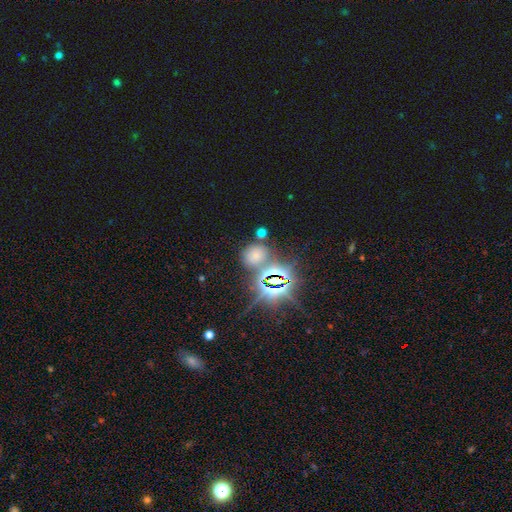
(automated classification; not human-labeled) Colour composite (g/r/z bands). It shows a smooth galaxy with no disk features (46%). Merging: none (67%).